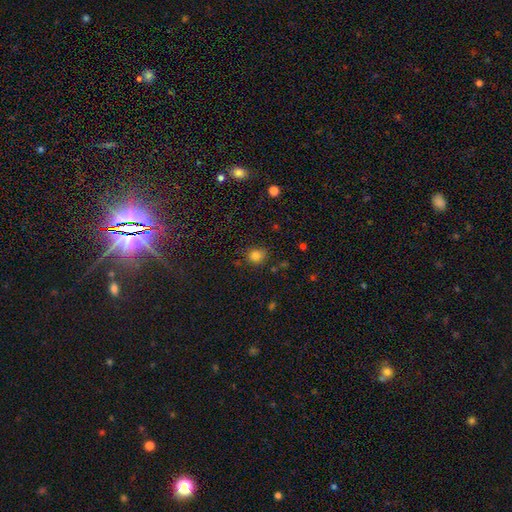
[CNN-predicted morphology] Q: Smooth or featured?
A: smooth (80%); runner-up: star or artifact (14%)
Q: How rounded?
A: round (79%); runner-up: in between (20%)
Q: Merging?
A: none (79%); runner-up: minor disturbance (15%)